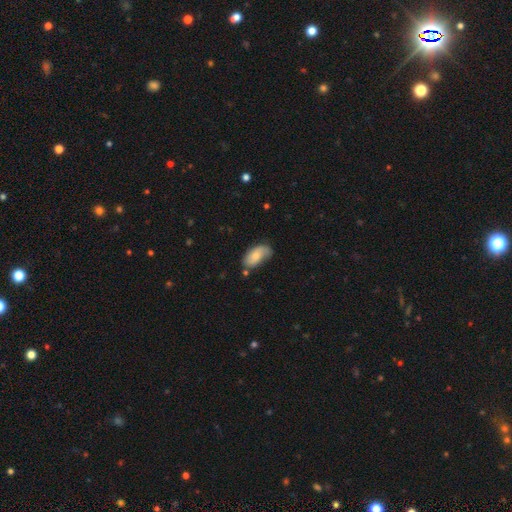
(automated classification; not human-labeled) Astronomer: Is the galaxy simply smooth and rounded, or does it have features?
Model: smooth — 66%.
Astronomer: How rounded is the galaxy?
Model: in between — 92%.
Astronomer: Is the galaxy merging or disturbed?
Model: none — 58%.